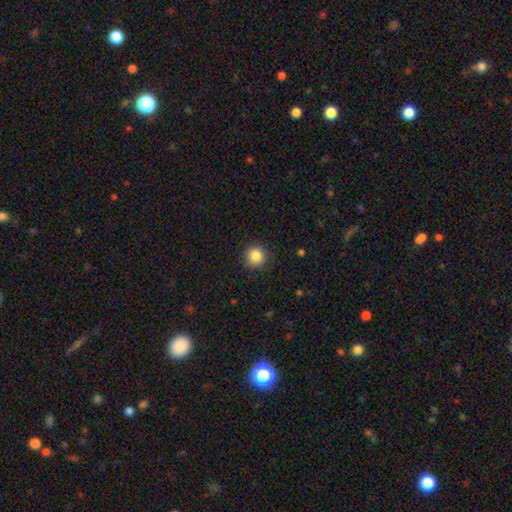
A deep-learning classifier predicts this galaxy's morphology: This is clearly a smooth galaxy (85%). How rounded: clearly round (93%). Merging: clearly none (90%).